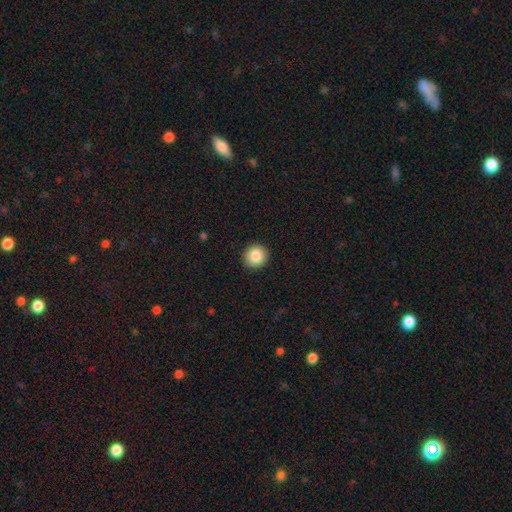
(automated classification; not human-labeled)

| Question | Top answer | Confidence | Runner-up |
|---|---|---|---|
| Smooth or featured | smooth | 86% | star or artifact (8%) |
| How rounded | round | 90% | in between (9%) |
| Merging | none | 92% | minor disturbance (6%) |